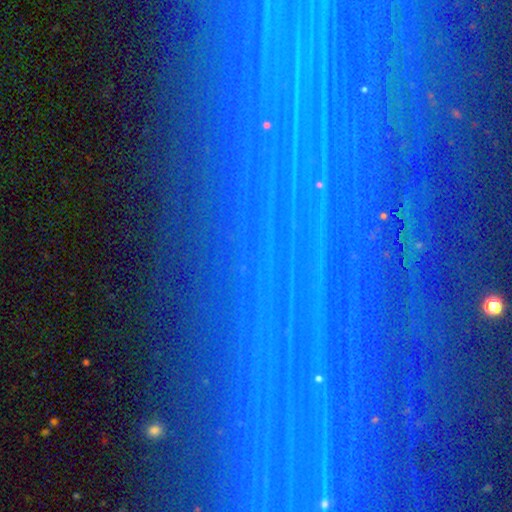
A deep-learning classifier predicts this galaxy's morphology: Overall: star or artifact (82%).